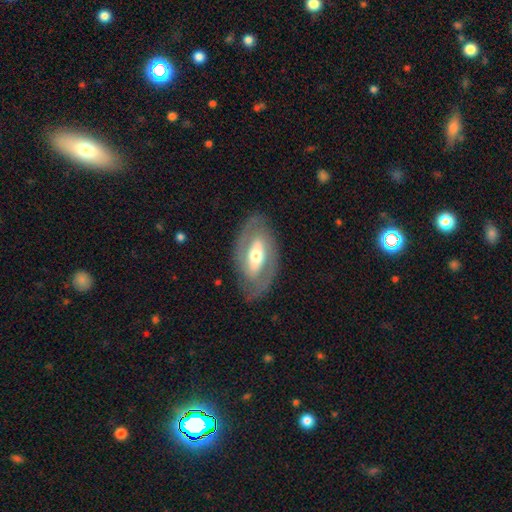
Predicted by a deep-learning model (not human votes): Q: Smooth or featured?
A: featured or disk (70%); runner-up: smooth (25%)
Q: Edge-on disk?
A: no (91%); runner-up: yes (9%)
Q: Bar?
A: no (39%); runner-up: strong (31%)
Q: Spiral arms?
A: yes (58%); runner-up: no (42%)
Q: Bulge size?
A: moderate (65%); runner-up: small (18%)
Q: Merging?
A: none (78%); runner-up: minor disturbance (14%)